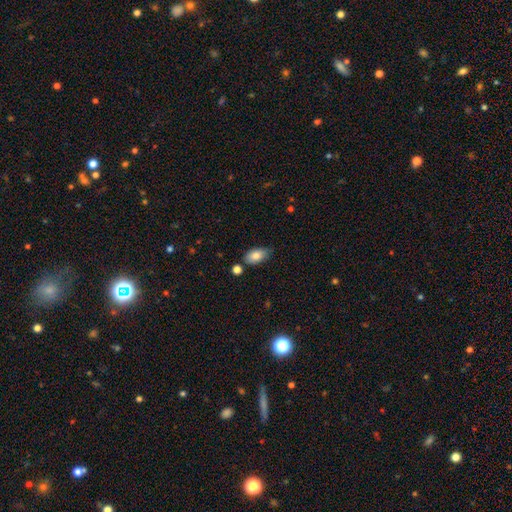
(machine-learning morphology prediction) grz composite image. It shows a smooth galaxy with no disk features (83%) that is in between round and cigar-shaped (91%). Merging: none (68%).